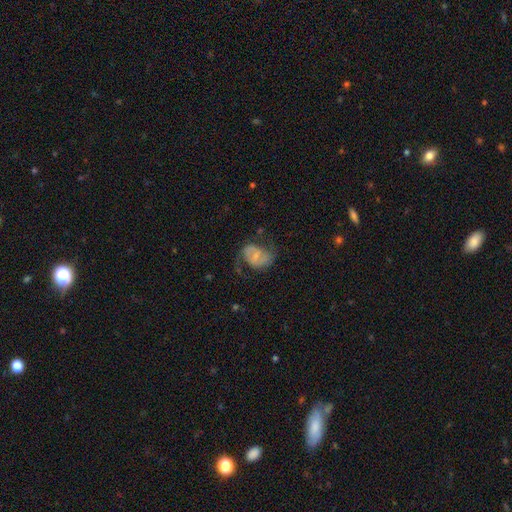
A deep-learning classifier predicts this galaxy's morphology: type=featured or disk (66%); edge-on=no (97%); bar=weak (45%); spiral arms=yes (84%); winding=medium (46%); arm count=2 (83%); bulge=small (55%); merging=none (55%).